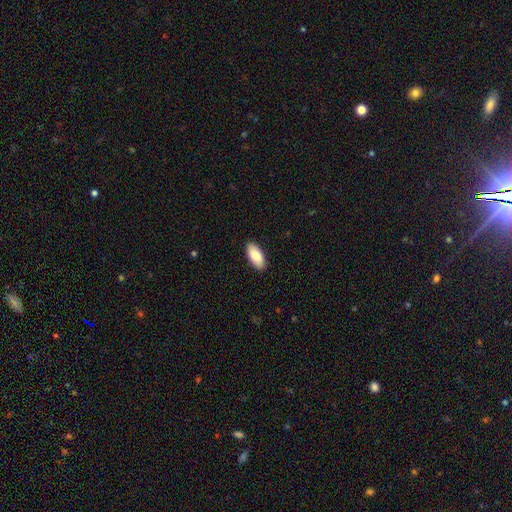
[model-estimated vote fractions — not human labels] The model was most divided on "smooth or featured": smooth: 84%, featured or disk: 11%, star or artifact: 6%. More confident: merging — none (90%); how rounded — in between (89%).